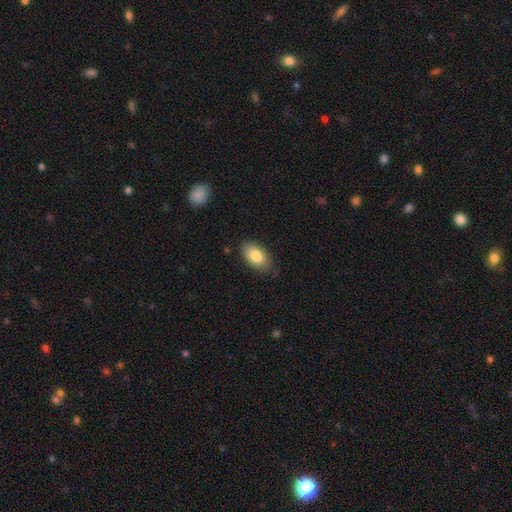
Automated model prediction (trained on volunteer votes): This appears to be a smooth galaxy with no disk features (83%) that is in between round and cigar-shaped (93%). Merging: none (74%).